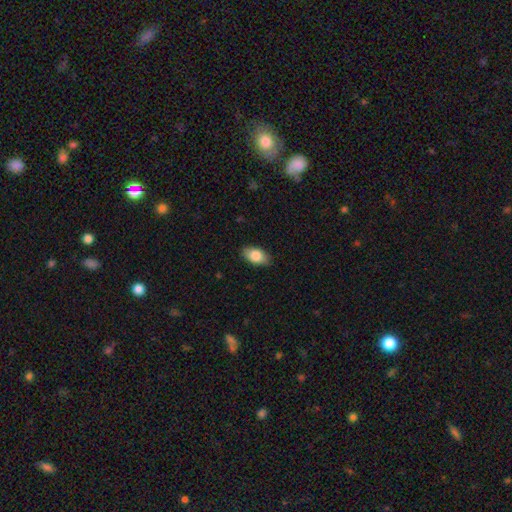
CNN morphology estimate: Smooth or featured? smooth (84%)
How rounded? in between (92%)
Merging? none (85%)